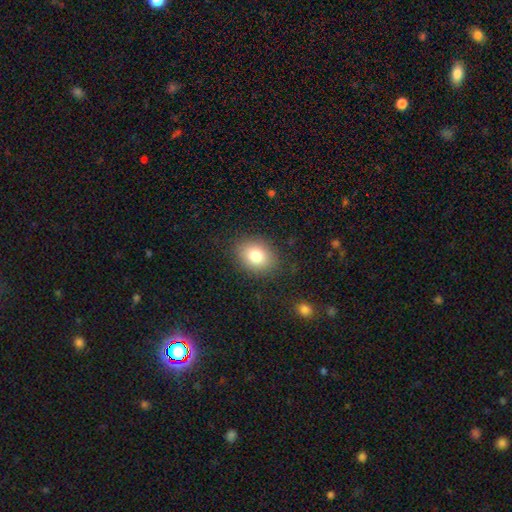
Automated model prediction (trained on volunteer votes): Smooth or featured: smooth — 81% (featured or disk — 9%)
How rounded: in between — 59% (round — 40%)
Merging: none — 84% (minor disturbance — 10%)